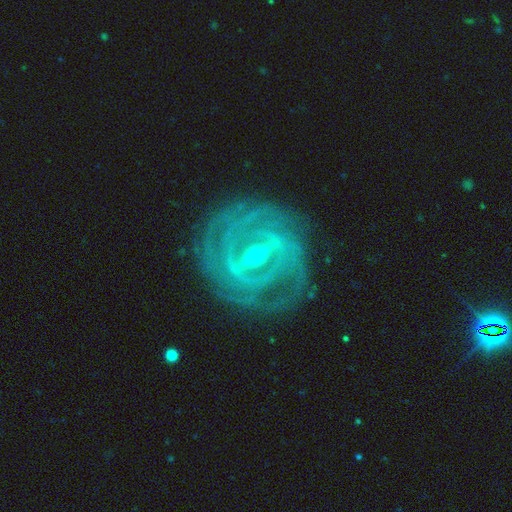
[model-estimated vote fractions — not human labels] Smooth or featured? Predicted: featured or disk (p=0.90). Edge-on disk? Predicted: no (p=0.90). Bar? Predicted: strong (p=0.77). Spiral arms? Predicted: yes (p=0.89). Spiral winding? Predicted: tight (p=0.76). Spiral arm count? Predicted: can't tell (p=0.32). Bulge size? Predicted: small (p=0.63). Merging? Predicted: none (p=0.78).